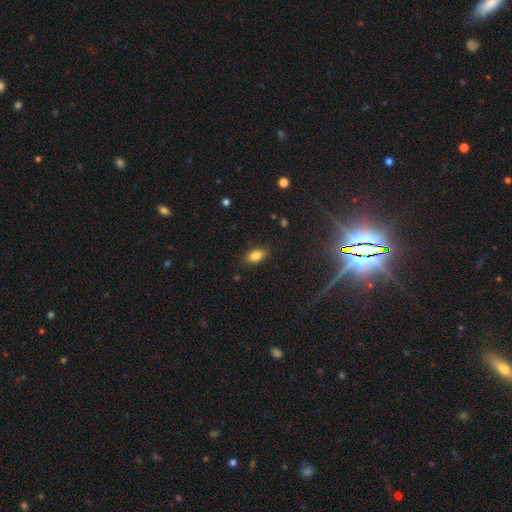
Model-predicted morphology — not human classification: The model was most divided on "merging": none: 85%, minor disturbance: 11%, major disturbance: 3%, merger: 1%. More confident: how rounded — in between (89%); smooth or featured — smooth (83%).